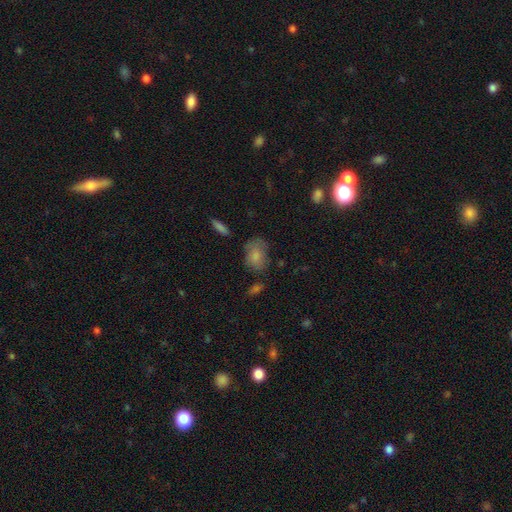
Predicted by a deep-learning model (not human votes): This appears to be a smooth galaxy with no disk features (79%) that is in between round and cigar-shaped (75%). Merging: none (59%).